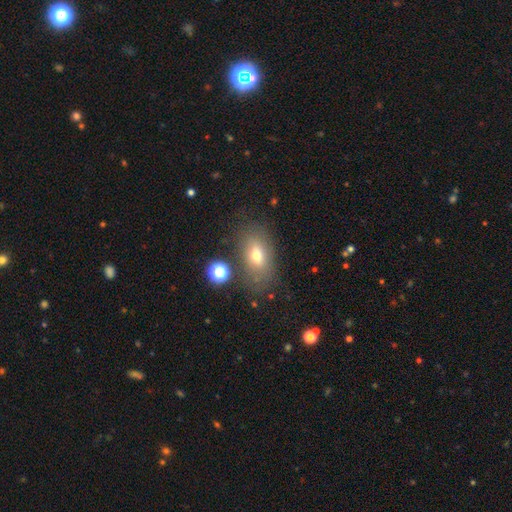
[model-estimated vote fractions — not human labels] This is likely a smooth galaxy (66%). How rounded: clearly in between (84%). Merging: likely none (71%).